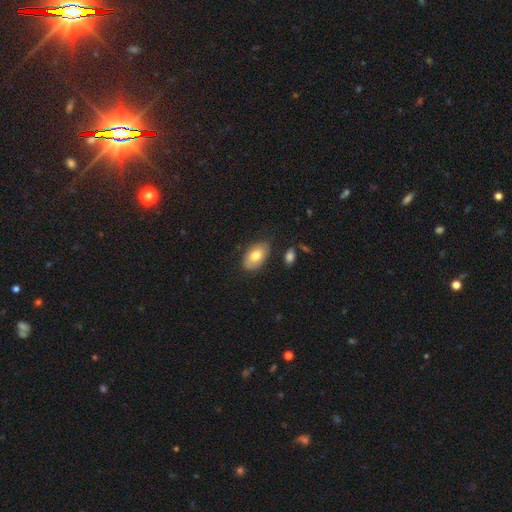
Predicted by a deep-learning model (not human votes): Morphology: type=smooth (74%); roundness=in between (92%); merging=none (78%).